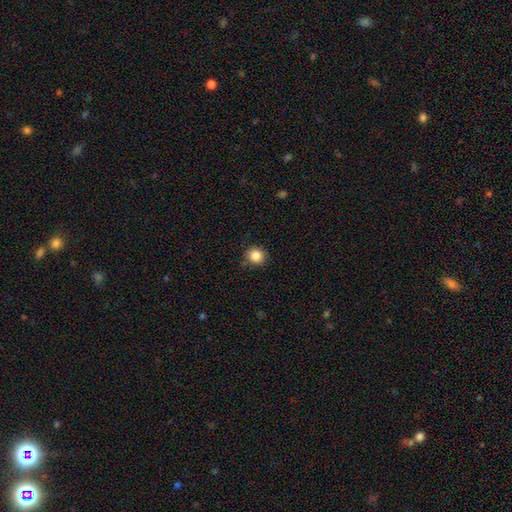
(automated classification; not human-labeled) The model was most divided on "merging": none: 85%, minor disturbance: 11%, major disturbance: 3%, merger: 2%. More confident: how rounded — round (87%); smooth or featured — smooth (86%).